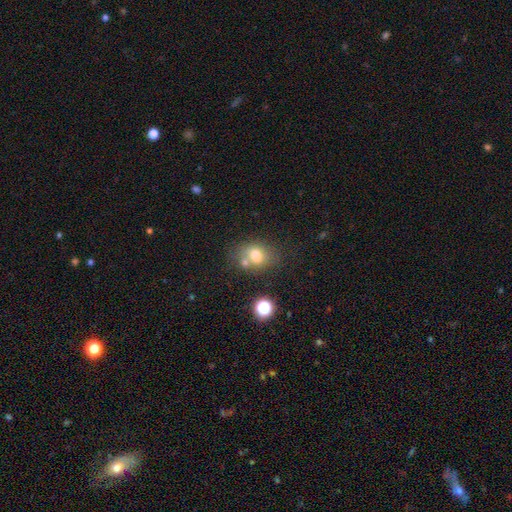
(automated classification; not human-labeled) The model was most divided on "how rounded": round: 51%, in between: 48%, cigar-shaped: 1%. More confident: smooth or featured — smooth (71%); merging — none (56%).